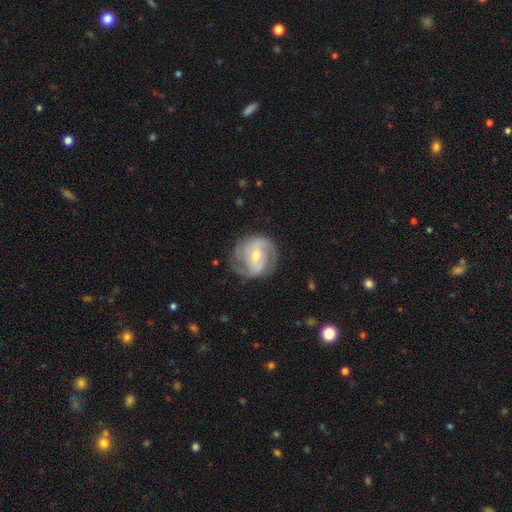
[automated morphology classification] This appears to be a featured or disk galaxy (80%) with a weak bar (49%), 2 (60%) medium (44%) spiral arms (93%) and a moderate central bulge (53%). Merging: none (73%).